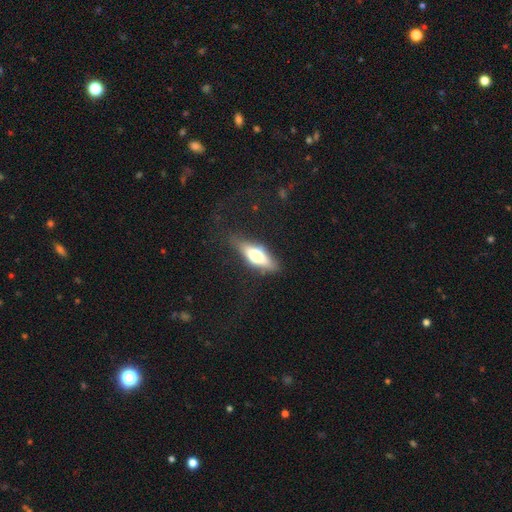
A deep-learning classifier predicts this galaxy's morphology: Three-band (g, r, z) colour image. It shows a smooth galaxy with no disk features (52%) that is in between round and cigar-shaped (57%). Merging: none (75%).